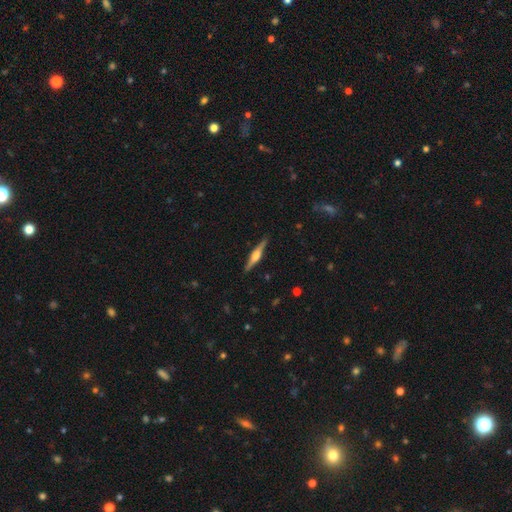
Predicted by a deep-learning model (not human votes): This appears to be a featured or disk galaxy (76%) viewed edge-on (98%) with a rounded central bulge (84%). Merging: none (90%).